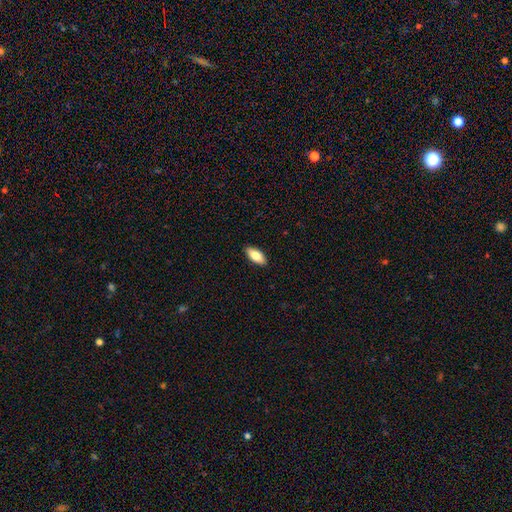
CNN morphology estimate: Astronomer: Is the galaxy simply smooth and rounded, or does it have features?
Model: smooth — 79%.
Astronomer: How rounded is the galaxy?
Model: in between — 86%.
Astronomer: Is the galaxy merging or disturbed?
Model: none — 90%.